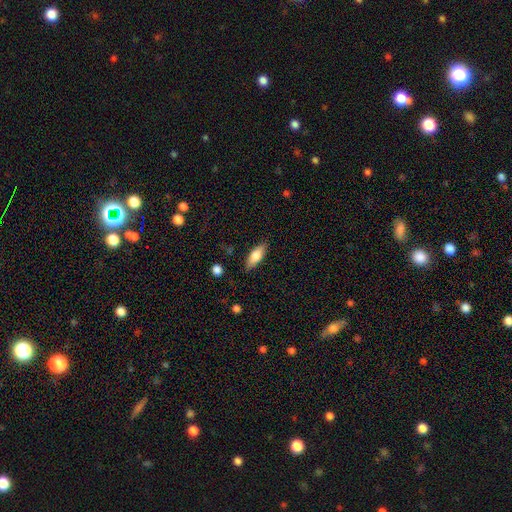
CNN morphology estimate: smooth-or-featured: smooth: 75% | featured or disk: 18% | star or artifact: 6%
  how-rounded: in between: 68% | cigar-shaped: 30% | round: 2%
  merging: none: 86% | minor disturbance: 11% | major disturbance: 2% | merger: 1%